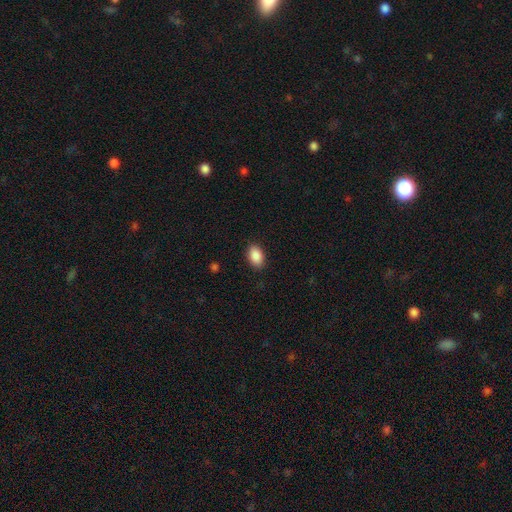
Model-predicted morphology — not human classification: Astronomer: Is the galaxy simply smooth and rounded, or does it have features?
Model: smooth — 90%.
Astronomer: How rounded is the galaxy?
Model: in between — 90%.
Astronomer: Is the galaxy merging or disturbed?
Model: none — 88%.